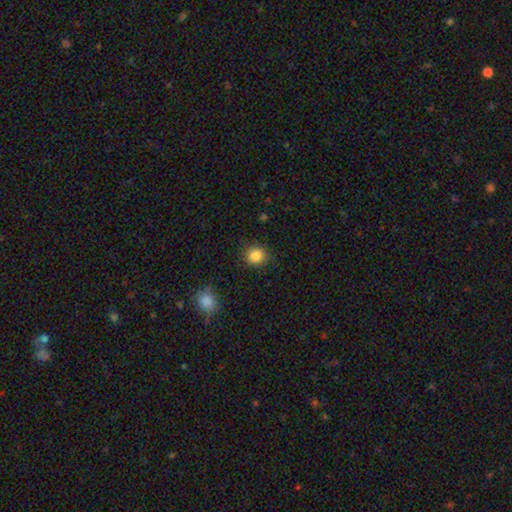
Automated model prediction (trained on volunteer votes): This appears to be a smooth galaxy with no disk features (85%) that is round (87%). Merging: none (86%).